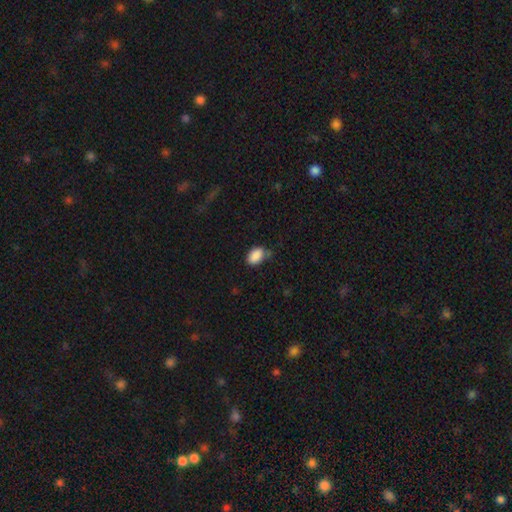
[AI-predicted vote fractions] Overall: smooth (88%). How rounded: in between (89%). Merging: none (62%; minor disturbance 28%).